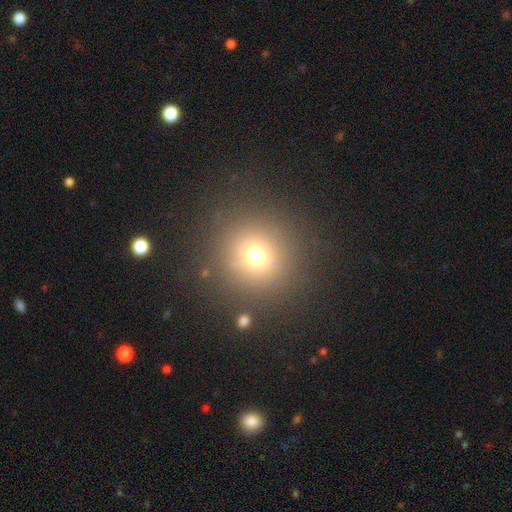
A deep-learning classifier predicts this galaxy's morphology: Smooth or featured: smooth — 69% (star or artifact — 20%)
How rounded: round — 94% (in between — 5%)
Merging: none — 87% (minor disturbance — 7%)